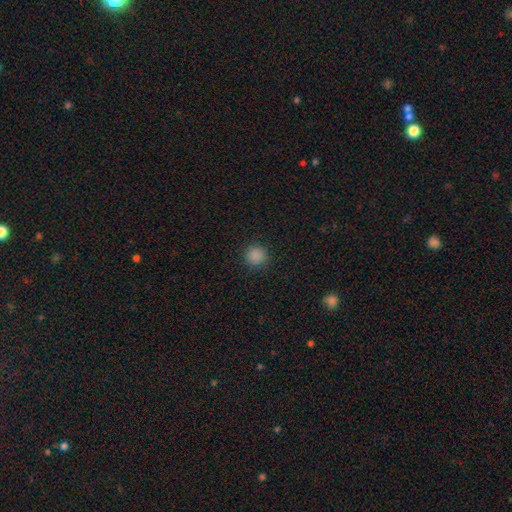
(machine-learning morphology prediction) Q: Smooth or featured?
A: smooth (86%); runner-up: star or artifact (11%)
Q: How rounded?
A: round (94%); runner-up: in between (5%)
Q: Merging?
A: none (91%); runner-up: minor disturbance (6%)